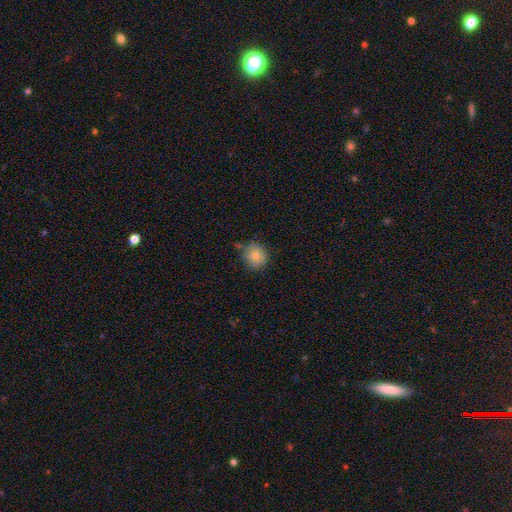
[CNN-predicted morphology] Smooth or featured?
  - smooth: 82% *
  - star or artifact: 9%
  - featured or disk: 9%
How rounded?
  - round: 84% *
  - in between: 15%
  - cigar-shaped: 1%
Merging?
  - none: 75% *
  - minor disturbance: 17%
  - merger: 4%
  - major disturbance: 3%